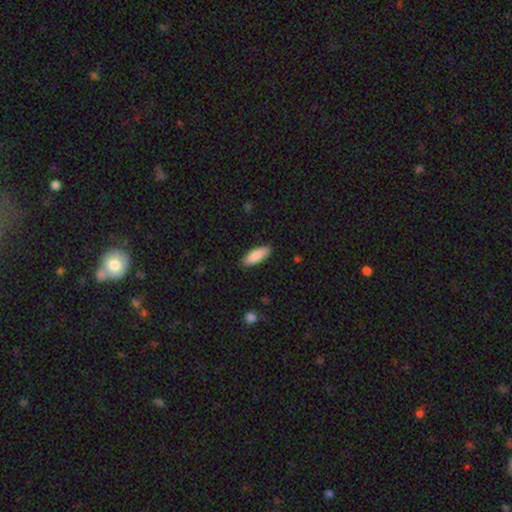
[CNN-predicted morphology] smooth 88%, featured or disk 7%, star or artifact 6%. Down the decision tree: how rounded — in between (70%); merging — none (88%).